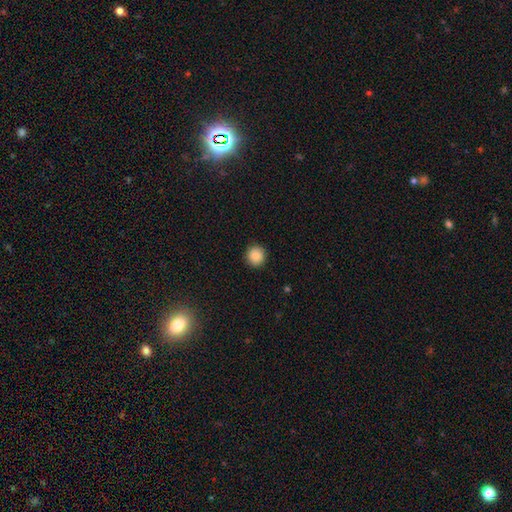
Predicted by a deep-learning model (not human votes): Morphology: type=smooth (86%); roundness=round (93%); merging=none (92%).